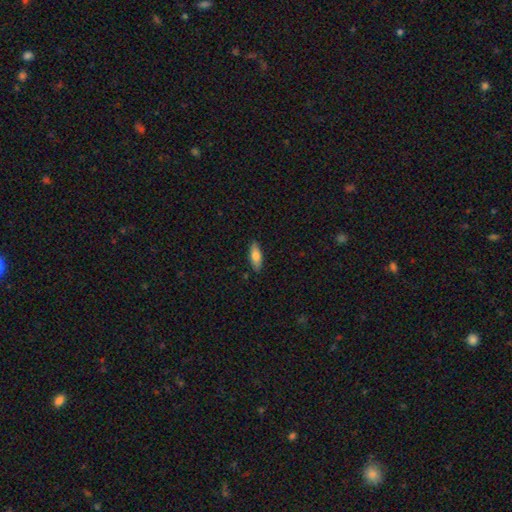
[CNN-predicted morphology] This appears to be a smooth galaxy with no disk features (75%) that is in between round and cigar-shaped (66%). Merging: none (87%).